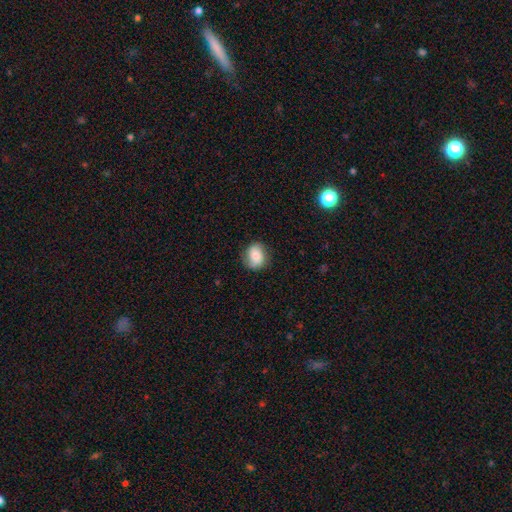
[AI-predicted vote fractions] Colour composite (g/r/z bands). It shows a smooth galaxy with no disk features (73%) that is round (56%). Merging: none (78%).